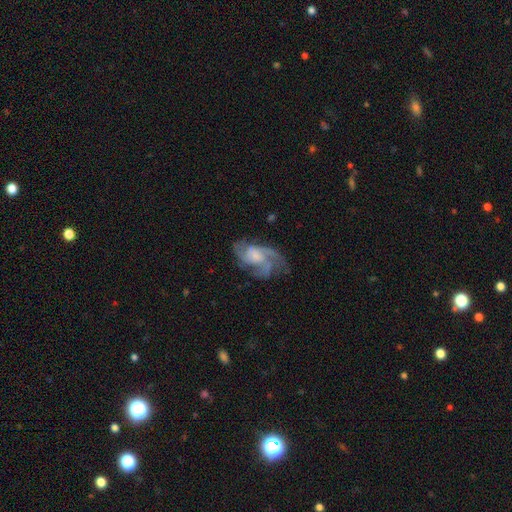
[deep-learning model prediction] A featured or disk galaxy (79%) with no bar (64%), 3 (41%) medium (50%) spiral arms (93%) and a moderate central bulge (35%).

Vote fractions:
- Smooth or featured? featured or disk: 79% / smooth: 14% / star or artifact: 7%
- Edge-on disk? no: 97% / yes: 3%
- Bar? no: 64% / weak: 30% / strong: 6%
- Spiral arms? yes: 93% / no: 7%
- Spiral winding? medium: 50% / tight: 25% / loose: 24%
- Spiral arm count? 3: 41% / 4: 16% / 2: 16% / can't tell: 16% / 1: 6% / more than 4: 5%
- Bulge size? moderate: 35% / none: 24% / small: 23% / large: 16% / dominant: 2%
- Merging? none: 55% / minor disturbance: 21% / major disturbance: 21% / merger: 2%